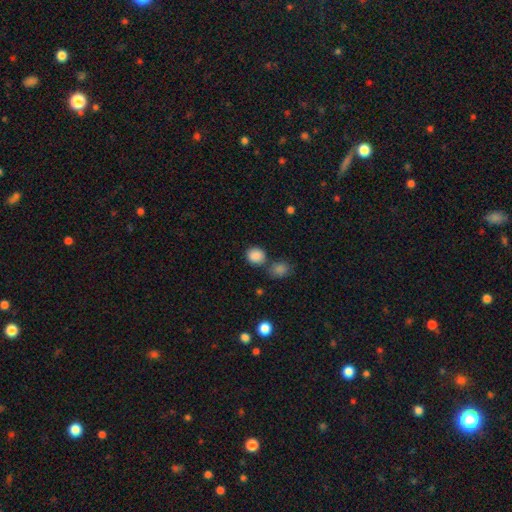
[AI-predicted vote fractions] This appears to be a smooth galaxy with no disk features (86%) that is round (75%). Merging: none (62%).